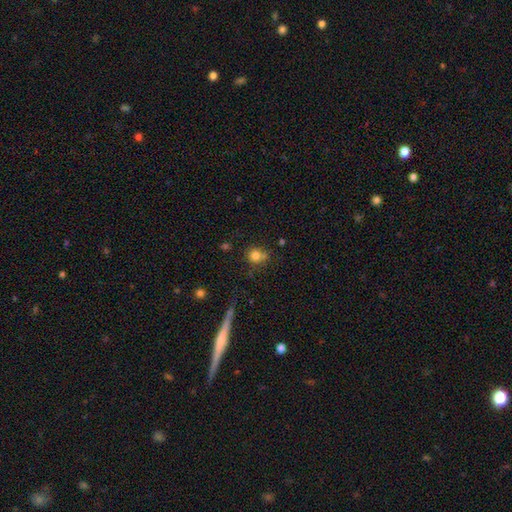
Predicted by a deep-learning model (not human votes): smooth-or-featured: smooth: 79% | star or artifact: 13% | featured or disk: 9%
  how-rounded: round: 84% | in between: 15% | cigar-shaped: 1%
  merging: none: 60% | merger: 19% | minor disturbance: 15% | major disturbance: 6%